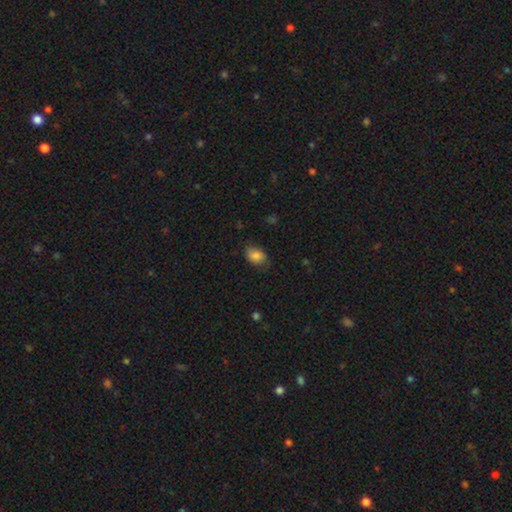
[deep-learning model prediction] The model was most divided on "merging": none: 70%, minor disturbance: 24%, major disturbance: 5%, merger: 1%. More confident: smooth or featured — smooth (84%); how rounded — in between (80%).